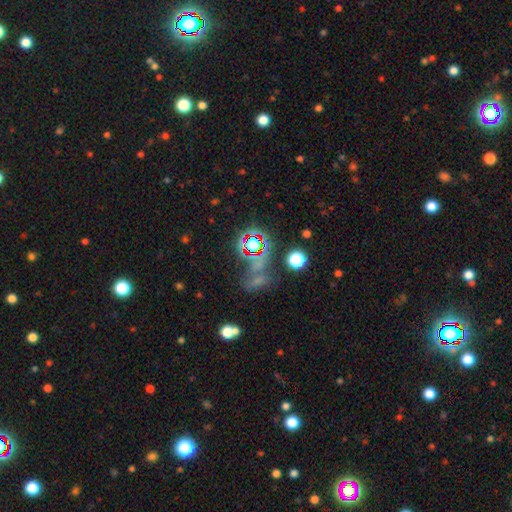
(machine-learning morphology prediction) Smooth or featured? star or artifact (50%)